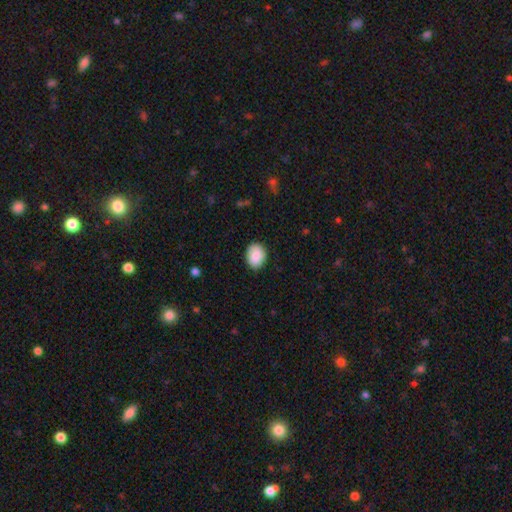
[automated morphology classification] A smooth galaxy with no disk features (88%) that is in between round and cigar-shaped (61%). Merging: none (85%).